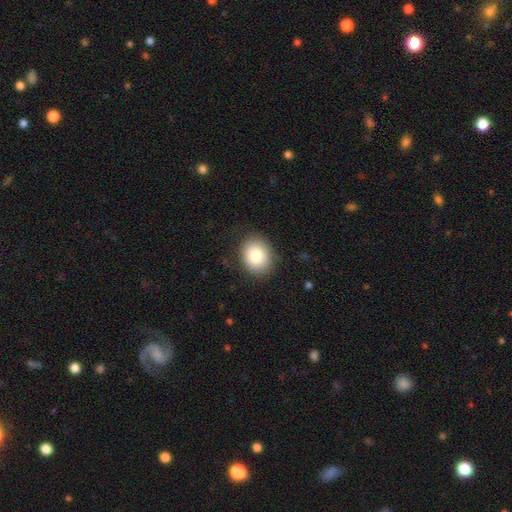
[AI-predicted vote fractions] Overall: smooth (83%). How rounded: round (56%; in between 43%). Merging: none (85%).